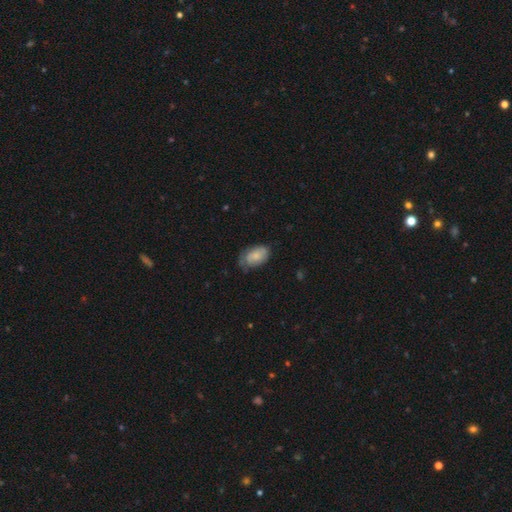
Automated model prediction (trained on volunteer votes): Smooth or featured? Predicted: smooth (p=0.63). How rounded? Predicted: in between (p=0.90). Merging? Predicted: none (p=0.54).